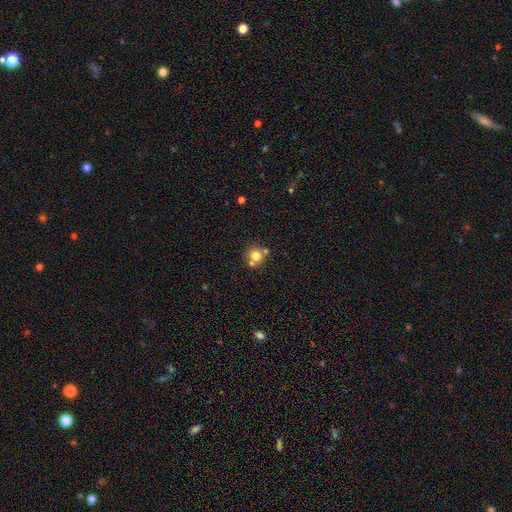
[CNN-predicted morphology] type=smooth (74%); roundness=round (89%); merging=none (62%).